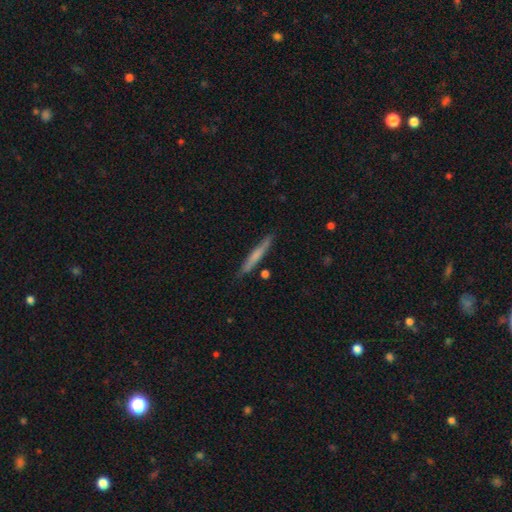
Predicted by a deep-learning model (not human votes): This appears to be a smooth galaxy with no disk features (58%) that is cigar-shaped (95%). Merging: none (85%).